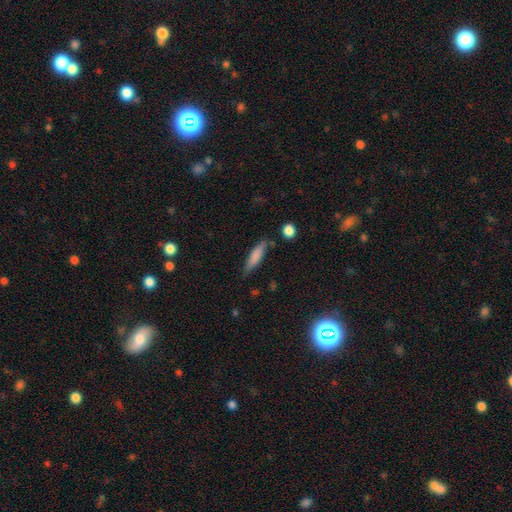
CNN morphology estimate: Smooth or featured: smooth — 77% (featured or disk — 16%)
How rounded: cigar-shaped — 75% (in between — 23%)
Merging: none — 76% (minor disturbance — 17%)